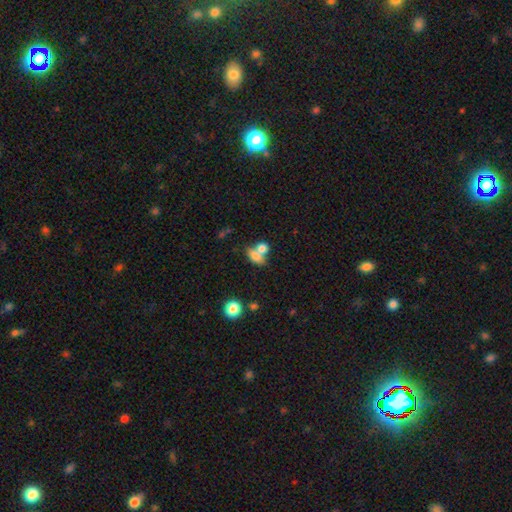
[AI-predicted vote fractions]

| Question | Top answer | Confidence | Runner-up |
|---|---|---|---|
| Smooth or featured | smooth | 75% | featured or disk (15%) |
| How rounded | in between | 68% | round (26%) |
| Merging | merger | 55% | none (30%) |